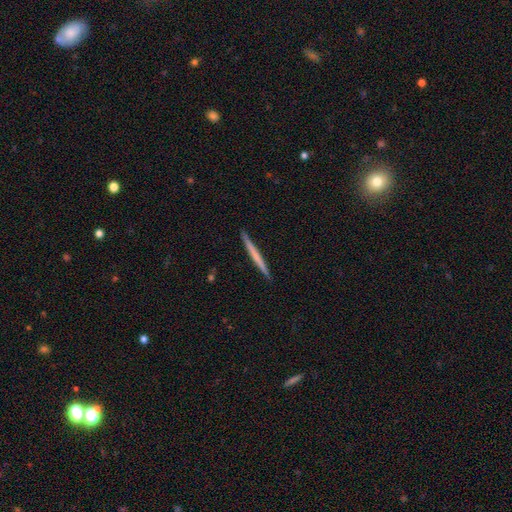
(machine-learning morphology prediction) Smooth or featured?
  - smooth: 52% *
  - featured or disk: 42%
  - star or artifact: 5%
How rounded?
  - cigar-shaped: 97% *
  - in between: 1%
  - round: 1%
Merging?
  - none: 92% *
  - minor disturbance: 5%
  - major disturbance: 1%
  - merger: 1%